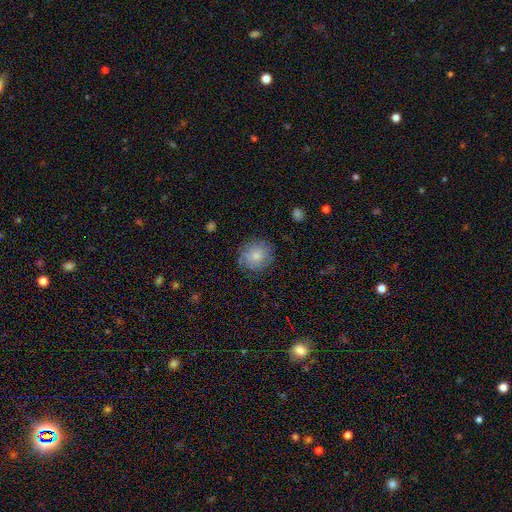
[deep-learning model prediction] Smooth or featured: smooth — 71% (featured or disk — 20%)
How rounded: round — 85% (in between — 14%)
Merging: none — 78% (minor disturbance — 16%)